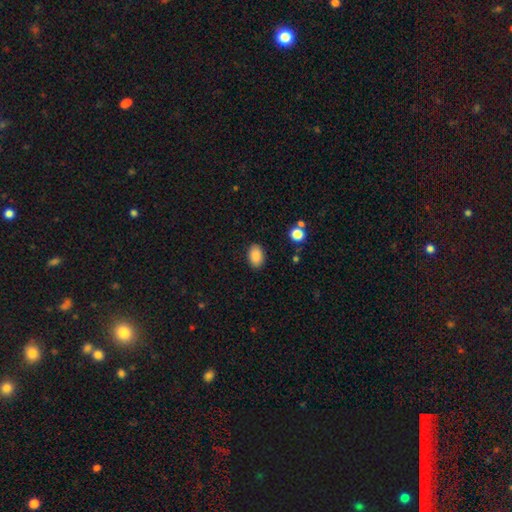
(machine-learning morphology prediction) A smooth galaxy with no disk features (87%) that is in between round and cigar-shaped (88%). Merging: none (88%).